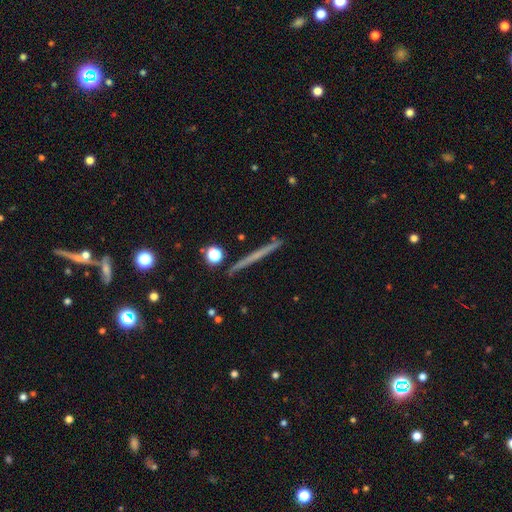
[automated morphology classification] Smooth or featured?
  - featured or disk: 53% *
  - smooth: 38%
  - star or artifact: 9%
Edge-on disk?
  - yes: 97% *
  - no: 3%
Edge-on bulge?
  - none: 86% *
  - rounded: 10%
  - boxy: 4%
Merging?
  - none: 90% *
  - minor disturbance: 7%
  - merger: 2%
  - major disturbance: 2%